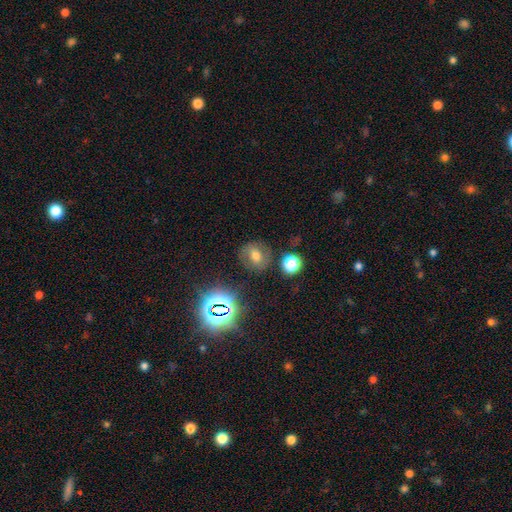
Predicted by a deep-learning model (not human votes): Q: Smooth or featured?
A: smooth (54%); runner-up: featured or disk (23%)
Q: How rounded?
A: round (74%); runner-up: in between (25%)
Q: Merging?
A: none (78%); runner-up: minor disturbance (13%)